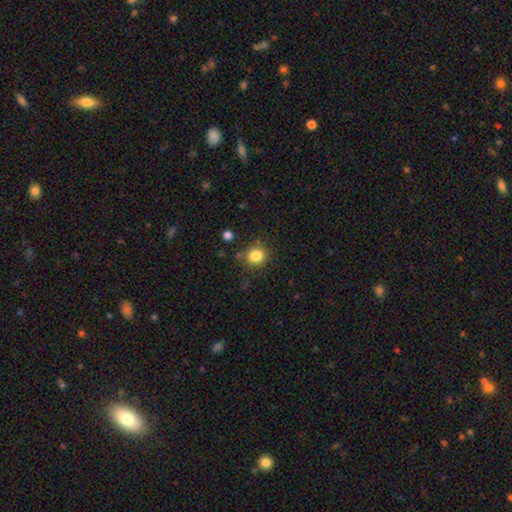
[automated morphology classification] type=smooth (84%); roundness=round (87%); merging=none (83%).